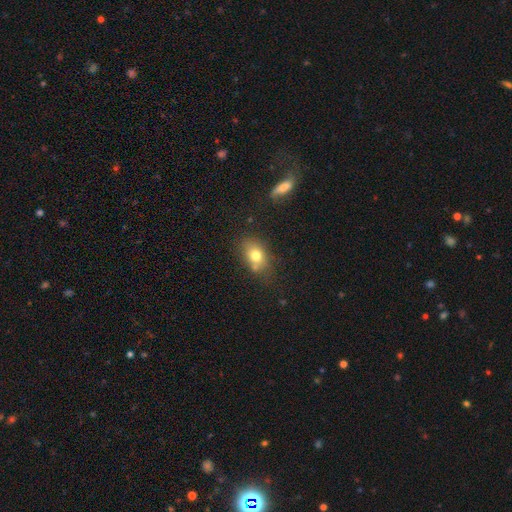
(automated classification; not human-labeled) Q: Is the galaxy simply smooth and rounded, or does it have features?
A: smooth — 75%.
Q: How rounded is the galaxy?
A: in between — 73%.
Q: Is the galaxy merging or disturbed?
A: none — 64%.